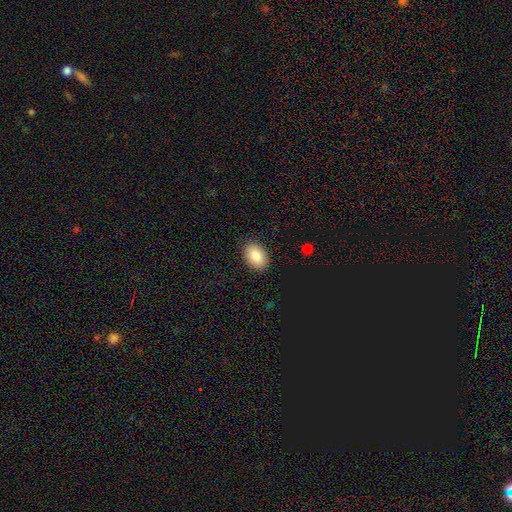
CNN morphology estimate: Smooth or featured? Predicted: smooth (p=0.85). How rounded? Predicted: in between (p=0.85). Merging? Predicted: none (p=0.88).